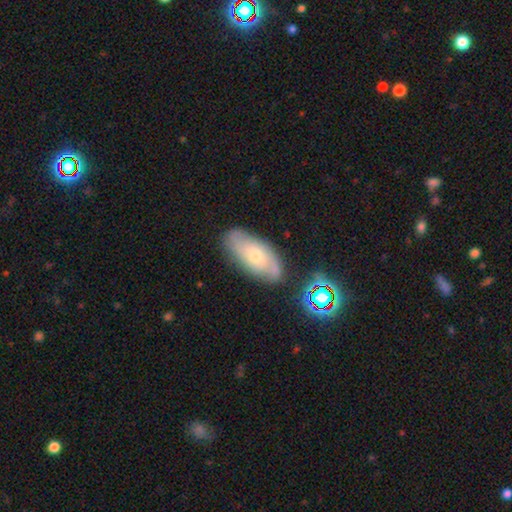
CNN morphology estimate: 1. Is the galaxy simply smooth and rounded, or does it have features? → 50% featured or disk, 40% smooth, 10% star or artifact.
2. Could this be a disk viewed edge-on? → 87% no, 13% yes.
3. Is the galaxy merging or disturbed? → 72% none, 19% minor disturbance, 5% merger, 4% major disturbance.